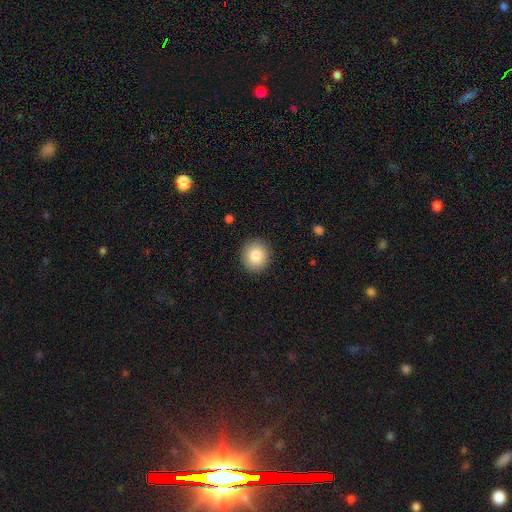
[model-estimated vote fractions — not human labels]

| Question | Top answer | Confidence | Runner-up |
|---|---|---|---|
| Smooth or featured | smooth | 85% | star or artifact (8%) |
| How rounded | round | 87% | in between (12%) |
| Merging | none | 91% | minor disturbance (6%) |